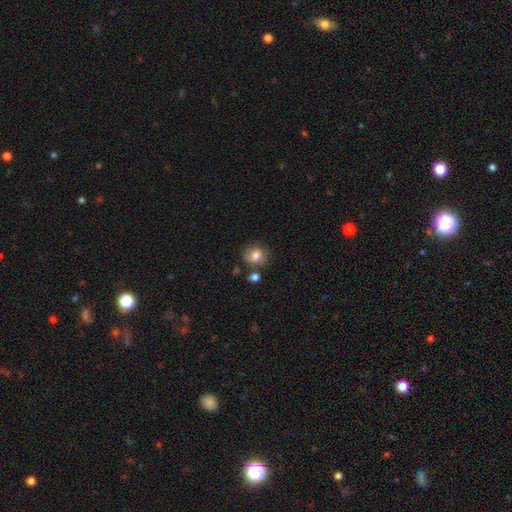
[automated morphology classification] Smooth or featured? Predicted: smooth (p=0.80). How rounded? Predicted: round (p=0.81). Merging? Predicted: none (p=0.71).